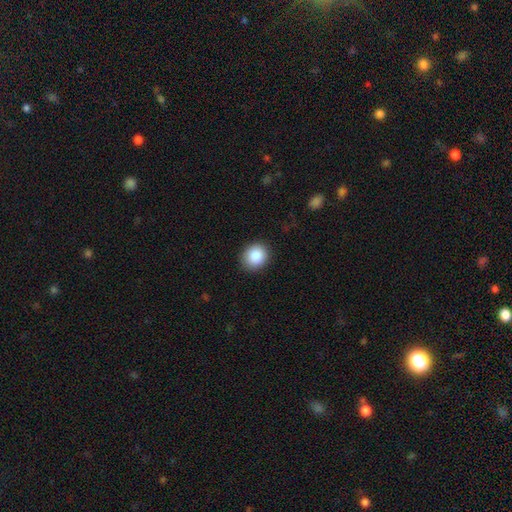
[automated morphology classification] Q: Smooth or featured?
A: smooth (88%); runner-up: star or artifact (8%)
Q: How rounded?
A: round (74%); runner-up: in between (25%)
Q: Merging?
A: none (89%); runner-up: minor disturbance (8%)